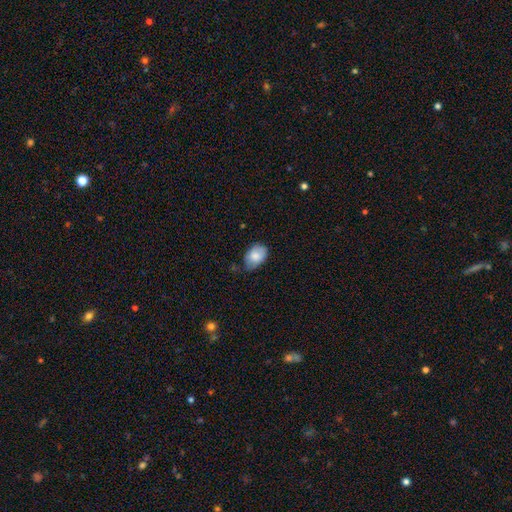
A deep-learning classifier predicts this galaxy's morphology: Overall: smooth (80%). How rounded: in between (83%). Merging: none (49%; minor disturbance 40%).